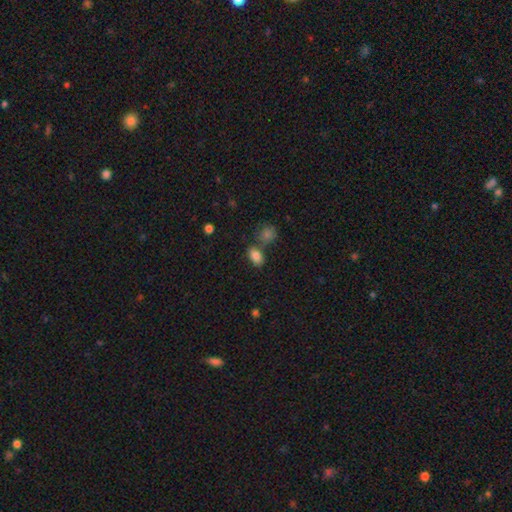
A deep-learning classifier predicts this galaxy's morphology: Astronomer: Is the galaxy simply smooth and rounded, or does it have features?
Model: smooth — 84%.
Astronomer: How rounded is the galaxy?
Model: in between — 88%.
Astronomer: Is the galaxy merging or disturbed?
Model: none — 66%.